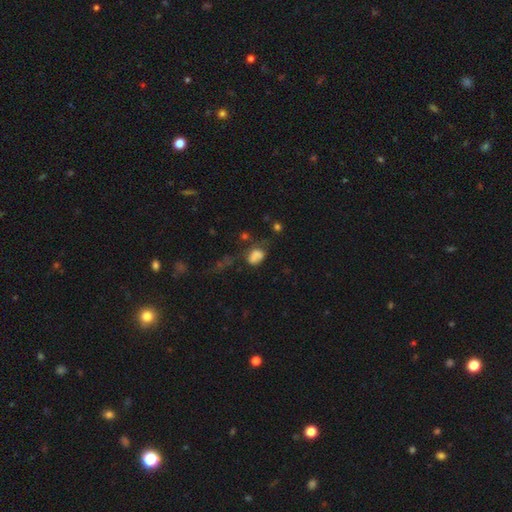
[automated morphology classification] This is likely a smooth galaxy (69%). How rounded: likely in between (72%). Merging: marginally none (32%).